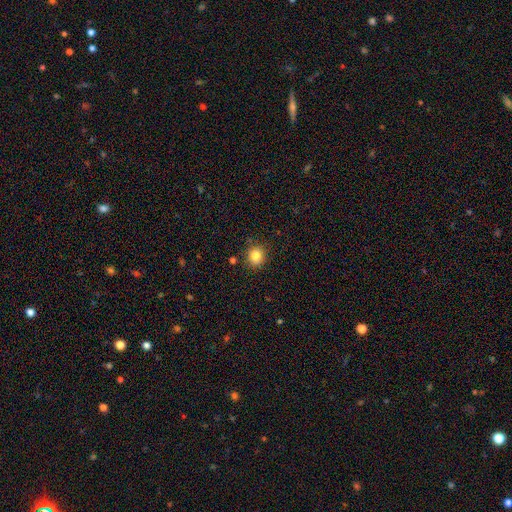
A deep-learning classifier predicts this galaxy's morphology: Q: Smooth or featured?
A: smooth (82%); runner-up: star or artifact (11%)
Q: How rounded?
A: round (80%); runner-up: in between (19%)
Q: Merging?
A: none (84%); runner-up: minor disturbance (11%)